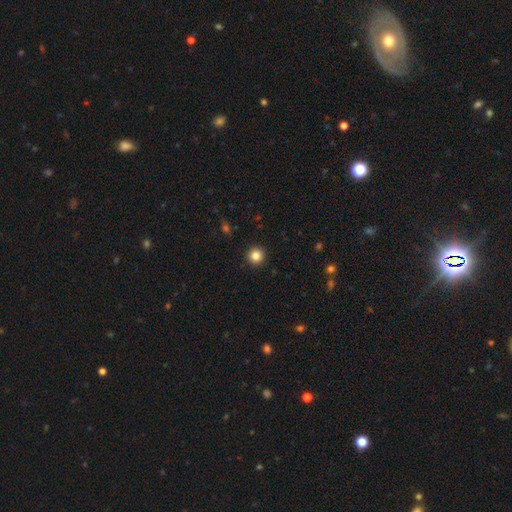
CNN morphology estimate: Overall: smooth (84%). How rounded: round (96%). Merging: none (93%).